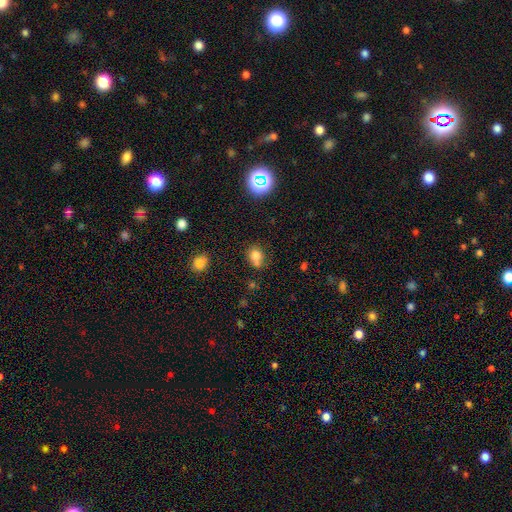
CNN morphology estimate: smooth_or_featured: smooth (p=0.76) [alt: star or artifact p=0.14]
how_rounded: round (p=0.54) [alt: in between p=0.45]
merging: none (p=0.56) [alt: minor disturbance p=0.22]